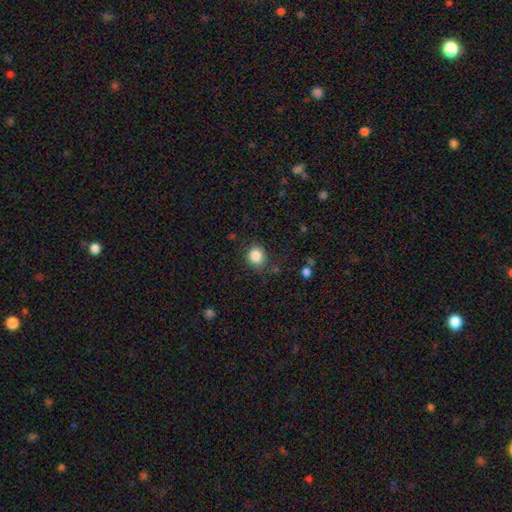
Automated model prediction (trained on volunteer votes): A smooth galaxy with no disk features (85%) that is round (82%).

Vote fractions:
- Smooth or featured? smooth: 85% / star or artifact: 10% / featured or disk: 5%
- How rounded? round: 82% / in between: 17% / cigar-shaped: 1%
- Merging? none: 81% / minor disturbance: 13% / major disturbance: 4% / merger: 2%